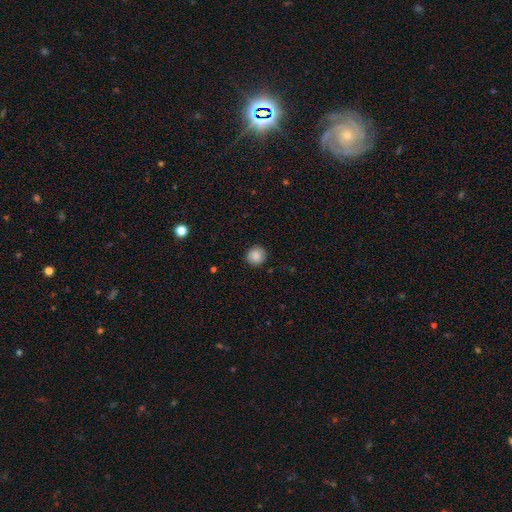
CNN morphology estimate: Smooth or featured?
  - smooth: 87% *
  - star or artifact: 9%
  - featured or disk: 4%
How rounded?
  - round: 91% *
  - in between: 8%
  - cigar-shaped: 1%
Merging?
  - none: 89% *
  - minor disturbance: 8%
  - major disturbance: 2%
  - merger: 1%